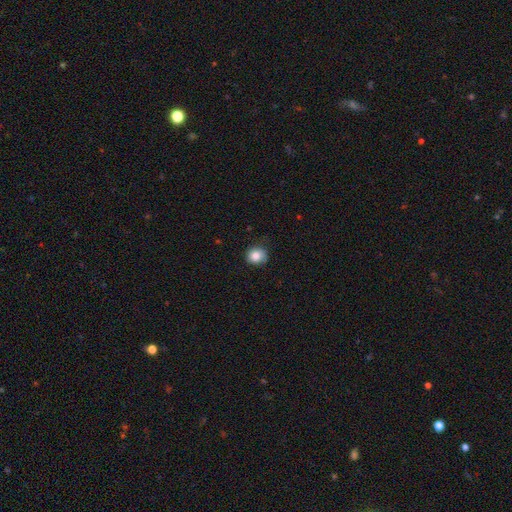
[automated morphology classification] Q: Smooth or featured?
A: smooth (85%); runner-up: star or artifact (9%)
Q: How rounded?
A: round (81%); runner-up: in between (19%)
Q: Merging?
A: none (73%); runner-up: minor disturbance (21%)